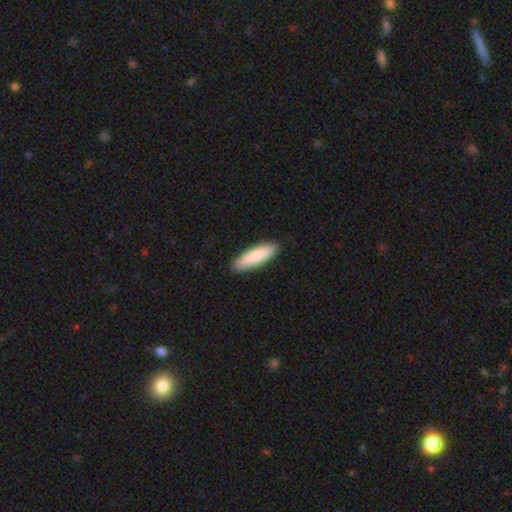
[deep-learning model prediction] Smooth or featured? Predicted: smooth (p=0.85). How rounded? Predicted: cigar-shaped (p=0.55). Merging? Predicted: none (p=0.89).